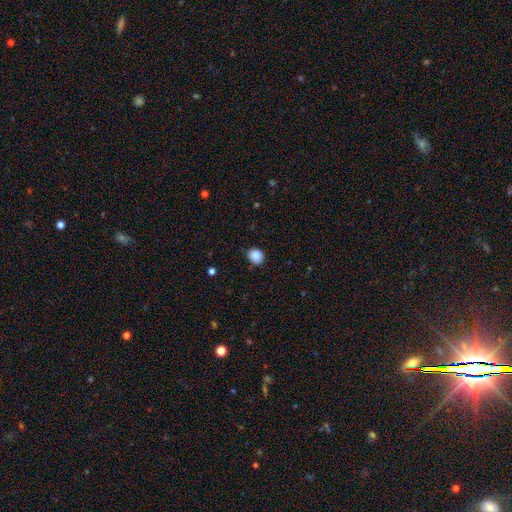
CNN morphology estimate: smooth-or-featured: smooth: 88% | star or artifact: 9% | featured or disk: 3%
  how-rounded: round: 72% | in between: 27% | cigar-shaped: 1%
  merging: none: 85% | minor disturbance: 11% | major disturbance: 3% | merger: 1%